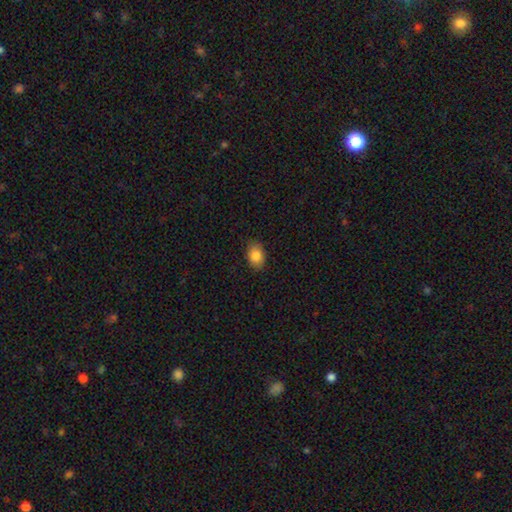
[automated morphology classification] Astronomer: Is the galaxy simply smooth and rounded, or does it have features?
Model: smooth — 85%.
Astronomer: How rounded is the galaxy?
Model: in between — 78%.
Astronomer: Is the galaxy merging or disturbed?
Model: none — 86%.